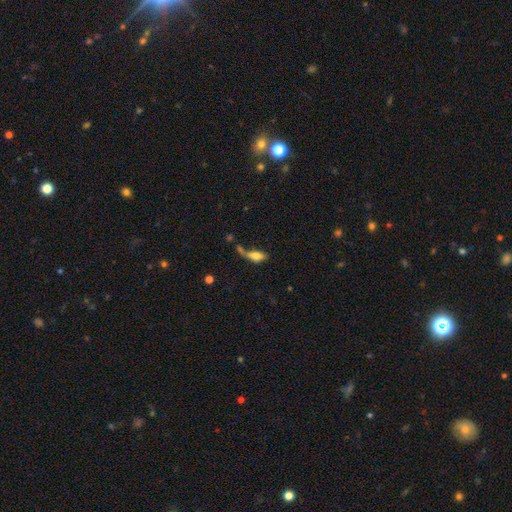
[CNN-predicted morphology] Overall: smooth (66%). How rounded: in between (74%). Merging: none (30%; merger 29%).